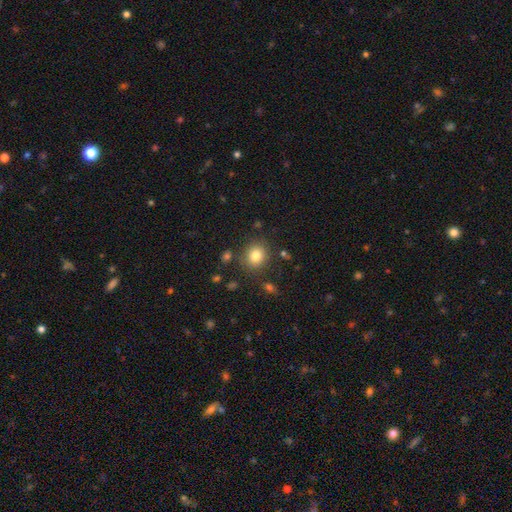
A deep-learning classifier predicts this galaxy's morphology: The model was most divided on "how rounded": round: 76%, in between: 23%, cigar-shaped: 1%. More confident: merging — none (83%); smooth or featured — smooth (81%).